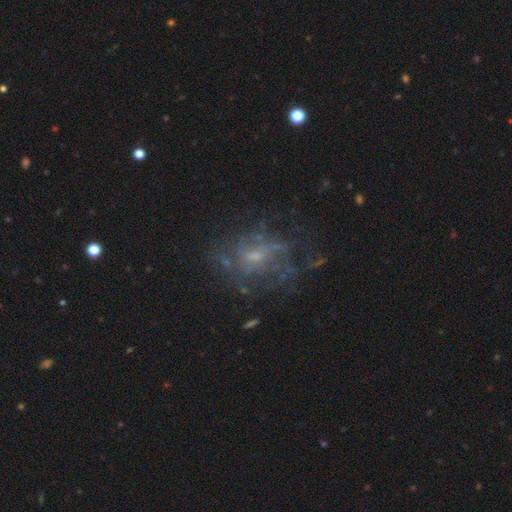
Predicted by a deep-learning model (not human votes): This is likely a featured or disk galaxy (69%). It is clearly not viewed edge-on (97%). Bar: possibly no (59%). Spiral arm pattern: likely yes (60%). Central bulge: possibly small (55%). Merging: possibly none (55%).